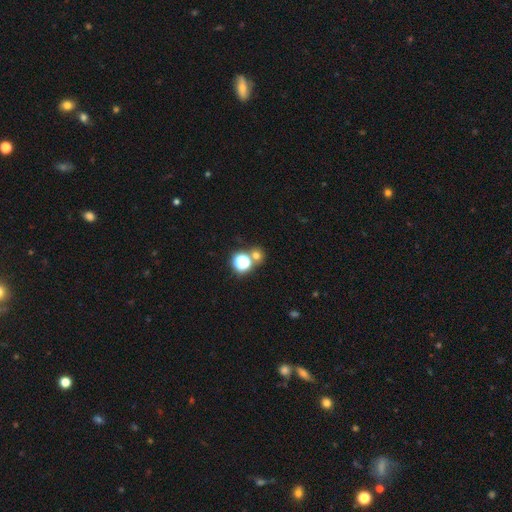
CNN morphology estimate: Smooth or featured? smooth (62%)
How rounded? round (84%)
Merging? none (65%)